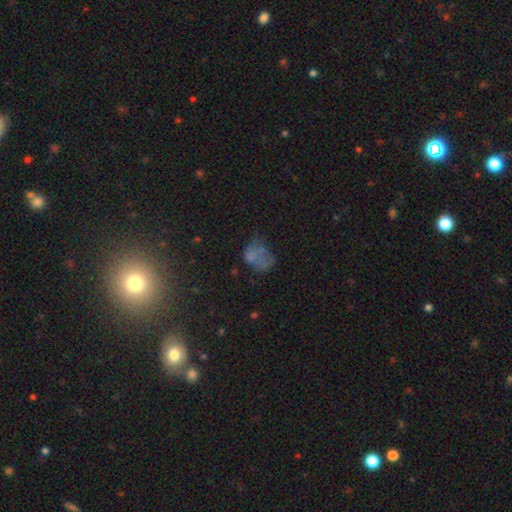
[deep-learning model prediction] Overall: smooth (50%; featured or disk 31%). Merging: none (36%; major disturbance 30%).